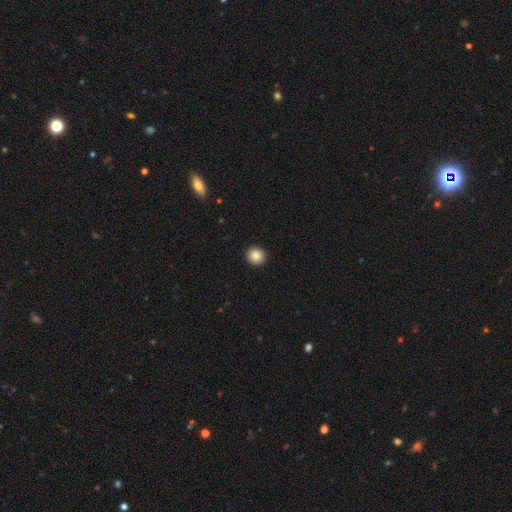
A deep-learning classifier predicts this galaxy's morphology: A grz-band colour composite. It shows a smooth galaxy with no disk features (86%) that is round (93%). Merging: none (93%).